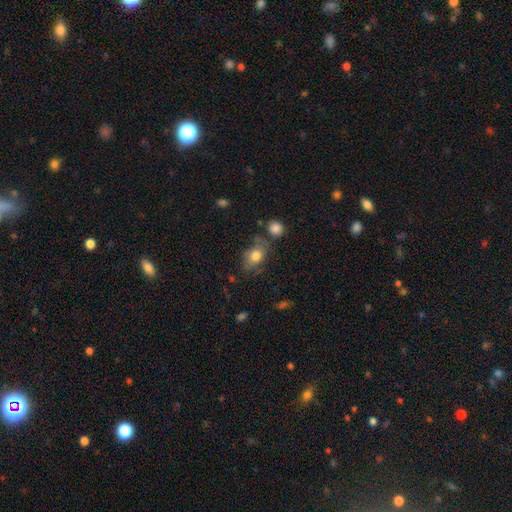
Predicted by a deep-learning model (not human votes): Q: Smooth or featured?
A: smooth (73%); runner-up: featured or disk (18%)
Q: How rounded?
A: in between (80%); runner-up: round (18%)
Q: Merging?
A: none (57%); runner-up: minor disturbance (25%)